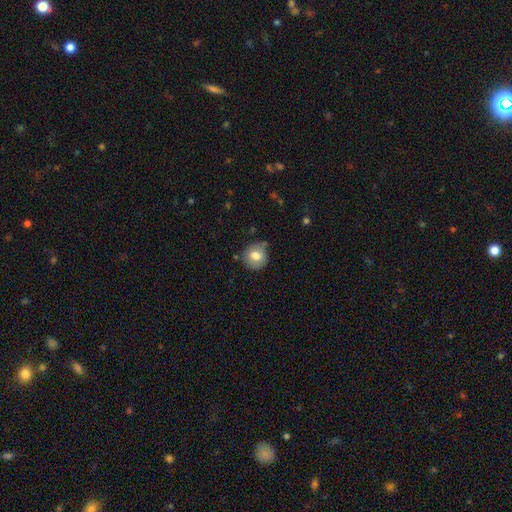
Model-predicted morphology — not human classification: smooth-or-featured: smooth: 74% | featured or disk: 18% | star or artifact: 8%
  how-rounded: round: 85% | in between: 14% | cigar-shaped: 1%
  merging: none: 72% | minor disturbance: 20% | major disturbance: 5% | merger: 4%